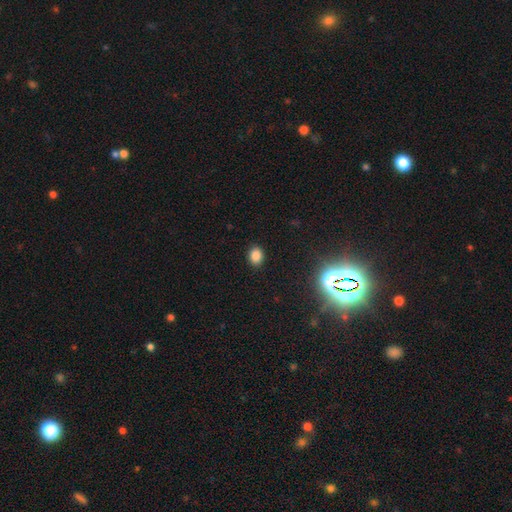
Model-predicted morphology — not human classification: smooth-or-featured: smooth: 83% | star or artifact: 13% | featured or disk: 4%
  how-rounded: in between: 56% | round: 43% | cigar-shaped: 1%
  merging: none: 89% | minor disturbance: 8% | major disturbance: 2% | merger: 1%